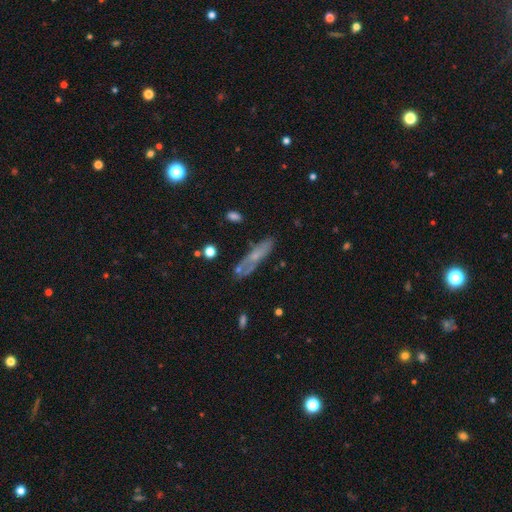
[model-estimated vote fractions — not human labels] Overall: smooth (47%; featured or disk 42%). Merging: none (62%).